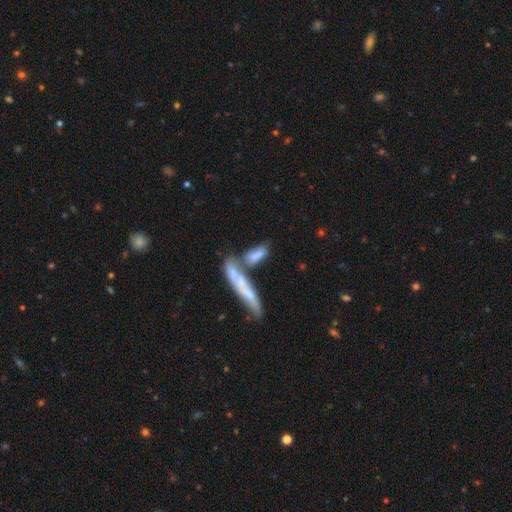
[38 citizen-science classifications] Q: Smooth or featured?
A: smooth (74%); runner-up: featured or disk (24%)
Q: How rounded?
A: in between (64%); runner-up: cigar-shaped (36%)
Q: Merging?
A: merger (62%); runner-up: none (19%)